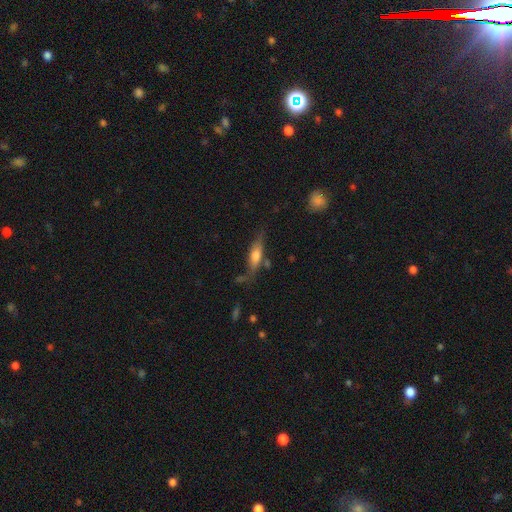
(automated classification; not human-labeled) Q: Smooth or featured?
A: smooth (56%); runner-up: featured or disk (37%)
Q: How rounded?
A: cigar-shaped (53%); runner-up: in between (44%)
Q: Merging?
A: none (59%); runner-up: minor disturbance (23%)